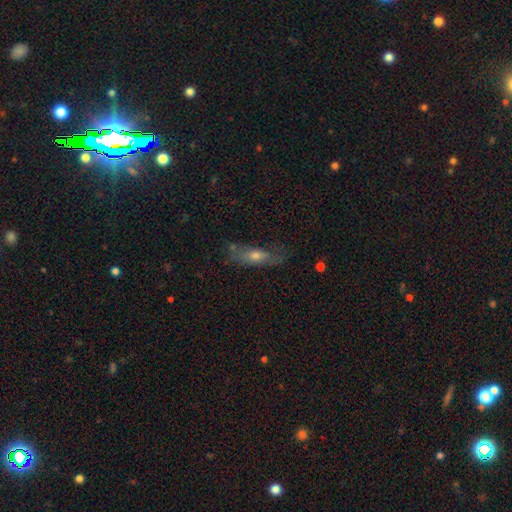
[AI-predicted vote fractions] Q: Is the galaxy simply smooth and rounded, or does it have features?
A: smooth — 49%.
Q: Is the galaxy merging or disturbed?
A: none — 61%.